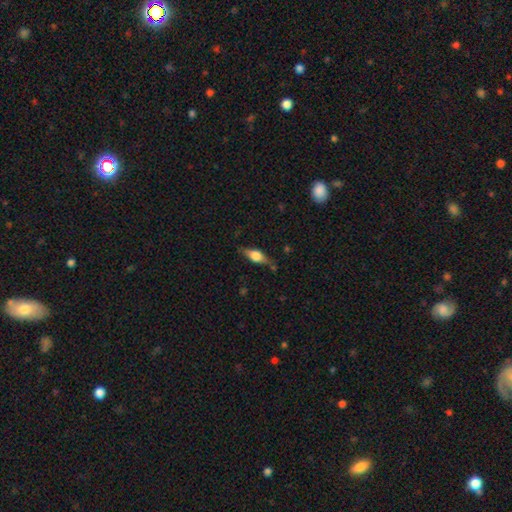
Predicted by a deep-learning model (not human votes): Smooth or featured? featured or disk (51%)
Edge-on disk? yes (92%)
Merging? none (77%)